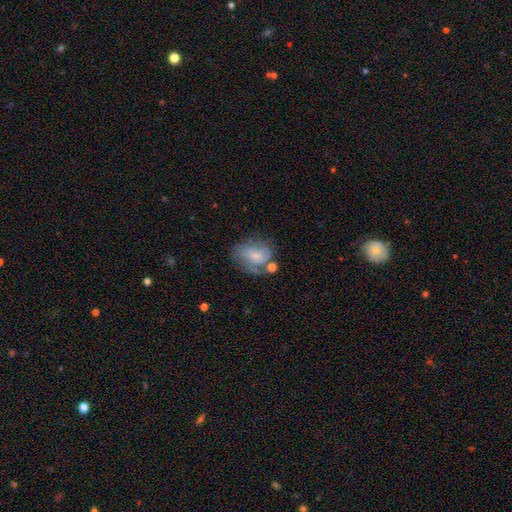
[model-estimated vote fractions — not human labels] A featured or disk galaxy (52%) with no bar (57%), spiral arms (74%) and a small central bulge (55%).

Vote fractions:
- Smooth or featured? featured or disk: 52% / smooth: 40% / star or artifact: 8%
- Edge-on disk? no: 97% / yes: 3%
- Bar? no: 57% / weak: 36% / strong: 7%
- Spiral arms? yes: 74% / no: 26%
- Bulge size? small: 55% / moderate: 22% / none: 18% / large: 3% / dominant: 1%
- Merging? none: 42% / minor disturbance: 26% / major disturbance: 21% / merger: 11%